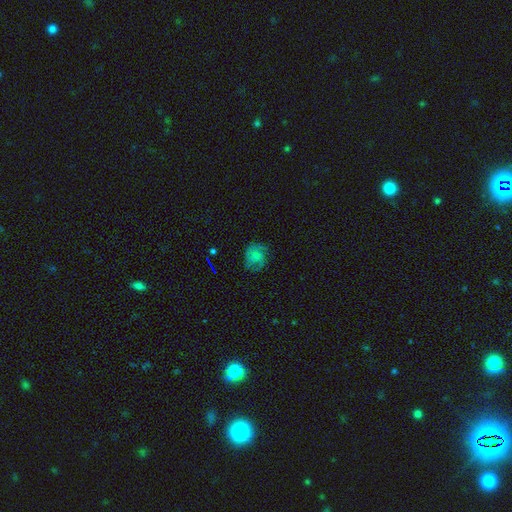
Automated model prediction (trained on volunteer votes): A featured or disk galaxy (45%). Merging: none (62%).